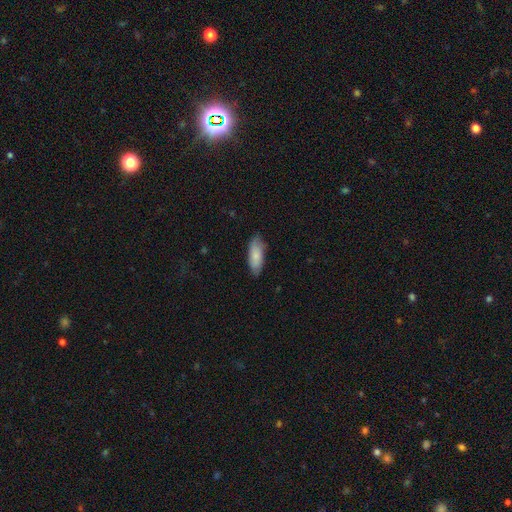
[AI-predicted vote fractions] Overall: smooth (83%). How rounded: in between (74%). Merging: none (79%).